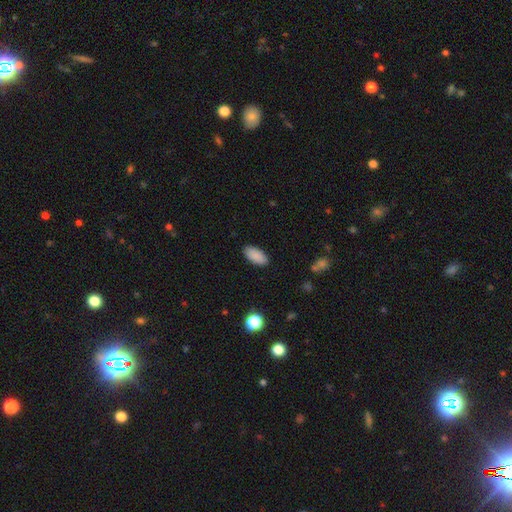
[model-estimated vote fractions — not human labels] smooth_or_featured: smooth (p=0.89) [alt: star or artifact p=0.07]
how_rounded: in between (p=0.92) [alt: cigar-shaped p=0.06]
merging: none (p=0.89) [alt: minor disturbance p=0.08]